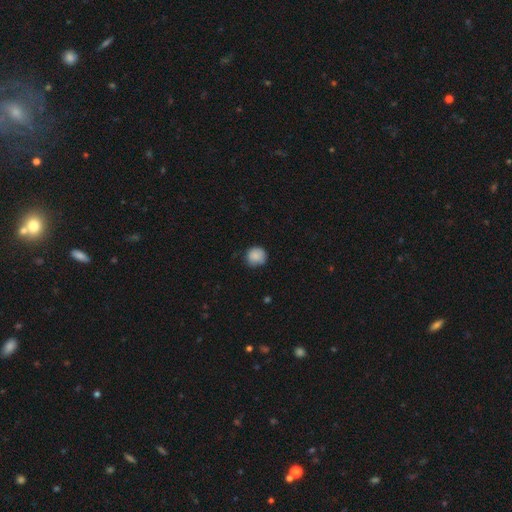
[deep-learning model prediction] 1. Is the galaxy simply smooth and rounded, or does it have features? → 87% smooth, 8% star or artifact, 5% featured or disk.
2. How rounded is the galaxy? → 91% round, 8% in between, 1% cigar-shaped.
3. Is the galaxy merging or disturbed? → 76% none, 20% minor disturbance, 3% major disturbance, 1% merger.